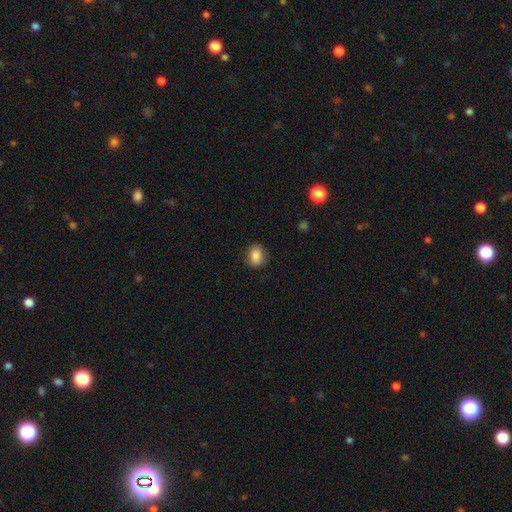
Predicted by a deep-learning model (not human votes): Smooth or featured: smooth — 86% (star or artifact — 9%)
How rounded: in between — 52% (round — 47%)
Merging: none — 85% (minor disturbance — 11%)